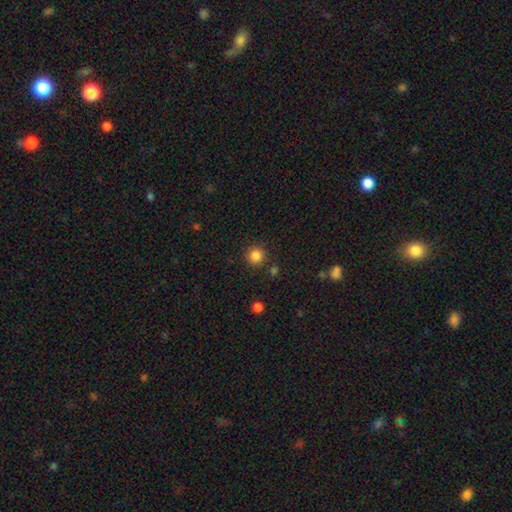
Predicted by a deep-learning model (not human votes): Smooth or featured? smooth (85%)
How rounded? round (95%)
Merging? none (88%)